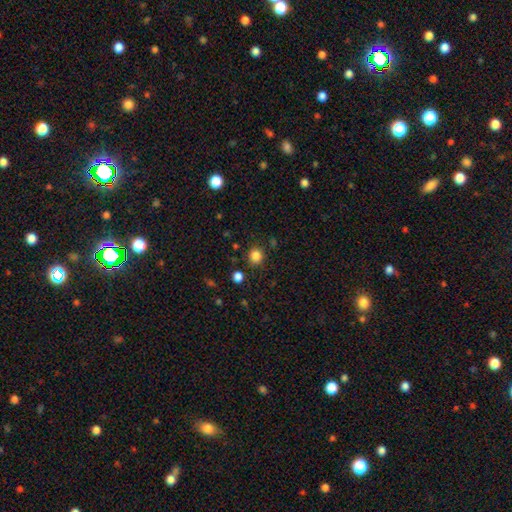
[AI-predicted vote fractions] Q: Smooth or featured?
A: smooth (84%); runner-up: star or artifact (12%)
Q: How rounded?
A: round (87%); runner-up: in between (12%)
Q: Merging?
A: none (87%); runner-up: minor disturbance (8%)